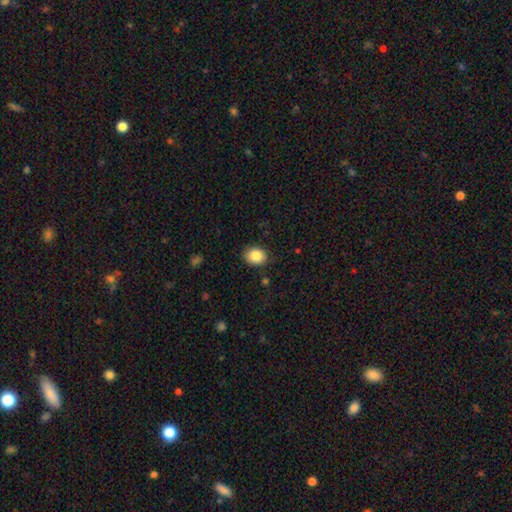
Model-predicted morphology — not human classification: A smooth galaxy with no disk features (85%) that is round (51%). Merging: none (85%).